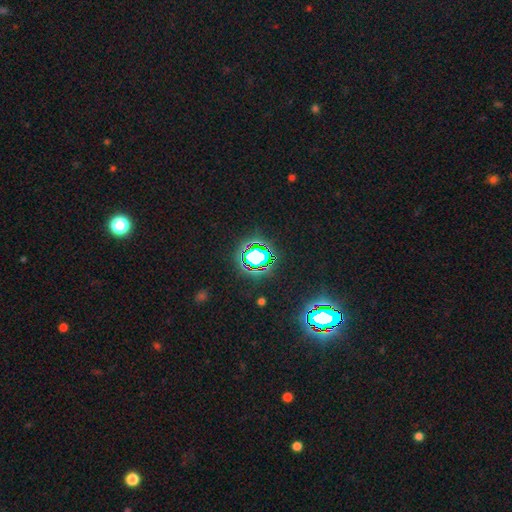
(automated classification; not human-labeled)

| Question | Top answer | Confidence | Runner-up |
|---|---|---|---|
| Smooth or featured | star or artifact | 66% | smooth (22%) |